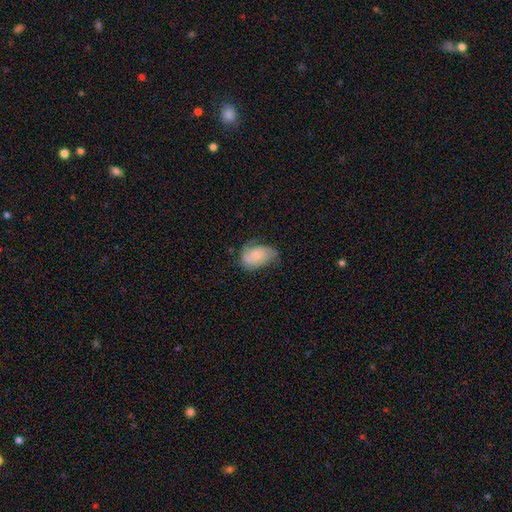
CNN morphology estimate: Smooth or featured? smooth (48%)
Merging? none (43%)